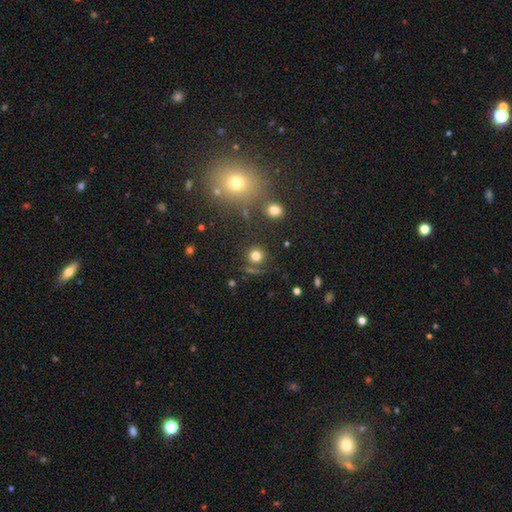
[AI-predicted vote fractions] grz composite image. It shows a smooth galaxy with no disk features (76%) that is round (93%). Merging: none (83%).